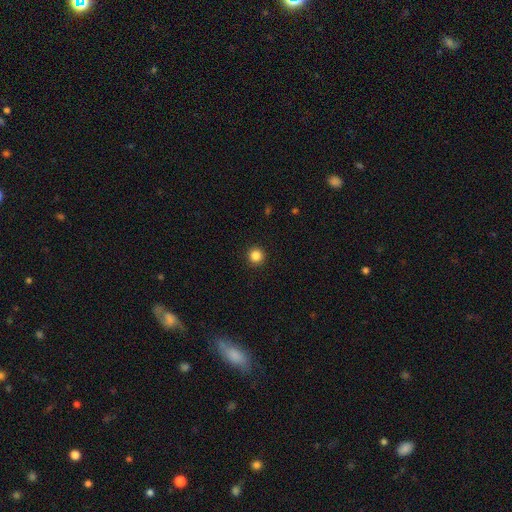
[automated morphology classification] Q: Smooth or featured?
A: smooth (85%); runner-up: star or artifact (11%)
Q: How rounded?
A: round (96%); runner-up: in between (3%)
Q: Merging?
A: none (93%); runner-up: minor disturbance (4%)